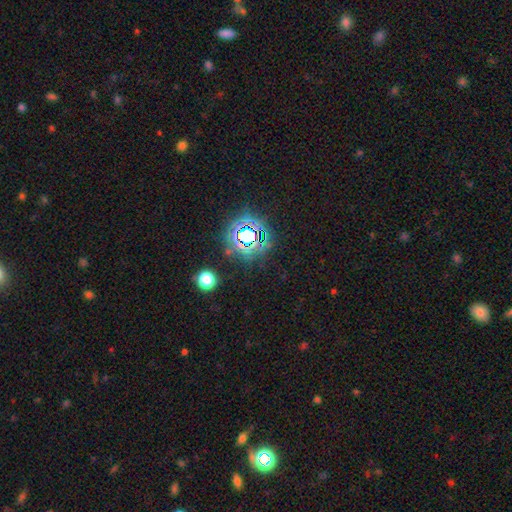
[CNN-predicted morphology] The model was most divided on "smooth or featured": star or artifact: 76%, smooth: 17%, featured or disk: 7%.